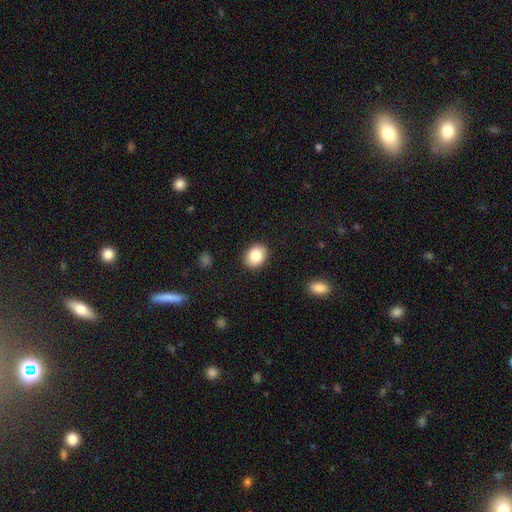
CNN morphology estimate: Smooth or featured: smooth — 85% (star or artifact — 8%)
How rounded: in between — 57% (round — 43%)
Merging: none — 90% (minor disturbance — 7%)